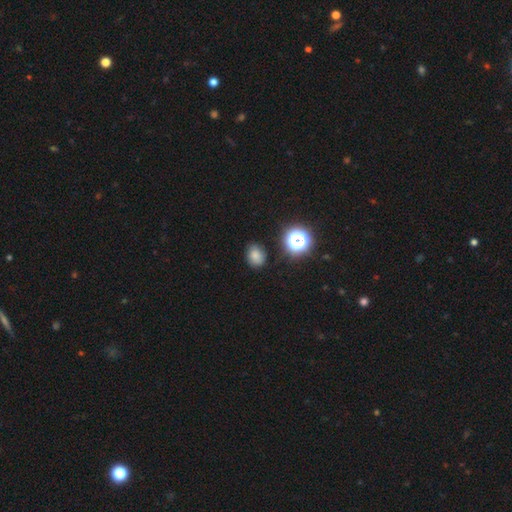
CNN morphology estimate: This appears to be a smooth galaxy with no disk features (77%) that is in between round and cigar-shaped (54%). Merging: none (80%).